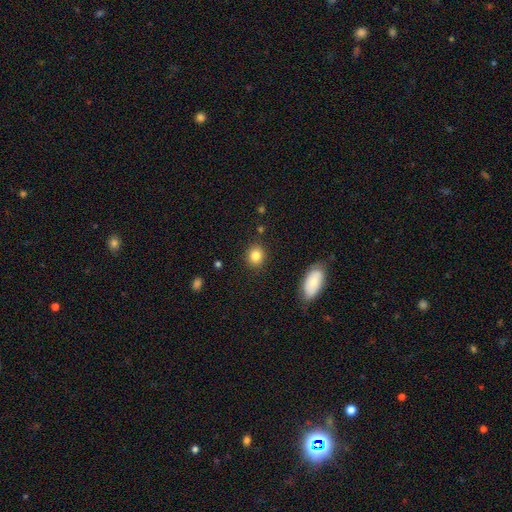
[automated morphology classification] A smooth galaxy with no disk features (84%) that is round (74%).

Vote fractions:
- Smooth or featured? smooth: 84% / star or artifact: 10% / featured or disk: 7%
- How rounded? round: 74% / in between: 25% / cigar-shaped: 1%
- Merging? none: 88% / minor disturbance: 8% / major disturbance: 2% / merger: 2%